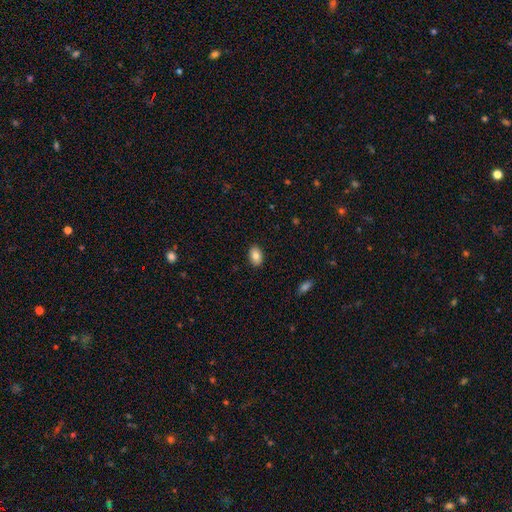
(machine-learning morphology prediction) This is clearly a smooth galaxy (83%). How rounded: clearly in between (88%). Merging: clearly none (89%).